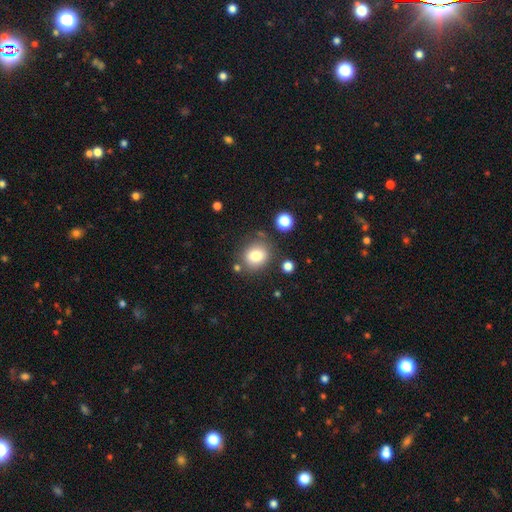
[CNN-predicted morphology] A smooth galaxy with no disk features (80%) that is round (66%).

Vote fractions:
- Smooth or featured? smooth: 80% / star or artifact: 11% / featured or disk: 9%
- How rounded? round: 66% / in between: 33% / cigar-shaped: 1%
- Merging? none: 75% / minor disturbance: 13% / merger: 7% / major disturbance: 5%